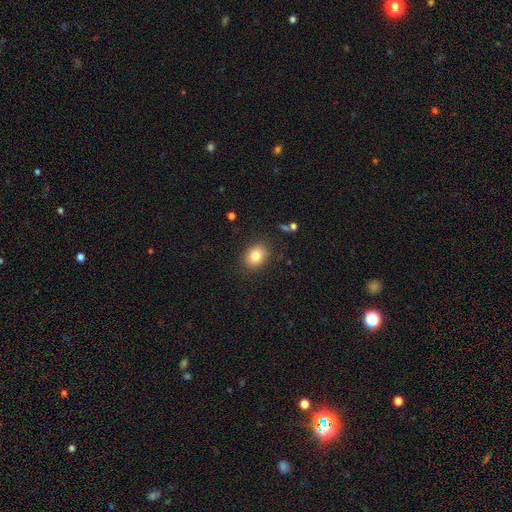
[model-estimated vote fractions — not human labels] smooth 82%, star or artifact 10%, featured or disk 8%. Down the decision tree: how rounded — in between (51%); merging — none (87%).